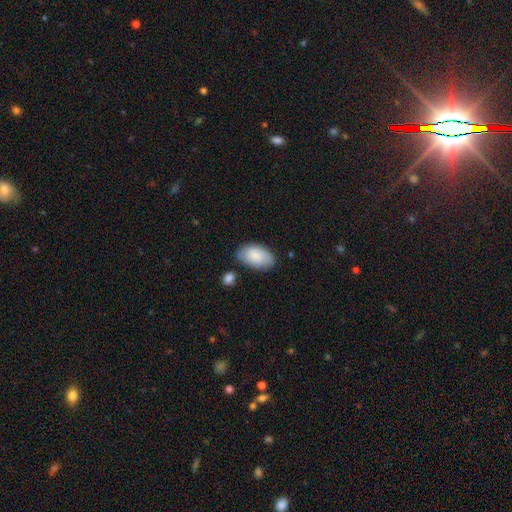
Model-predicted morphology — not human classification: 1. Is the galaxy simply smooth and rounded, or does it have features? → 81% smooth, 13% featured or disk, 6% star or artifact.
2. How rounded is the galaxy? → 94% in between, 4% round, 2% cigar-shaped.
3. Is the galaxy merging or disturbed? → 73% none, 18% minor disturbance, 5% merger, 4% major disturbance.